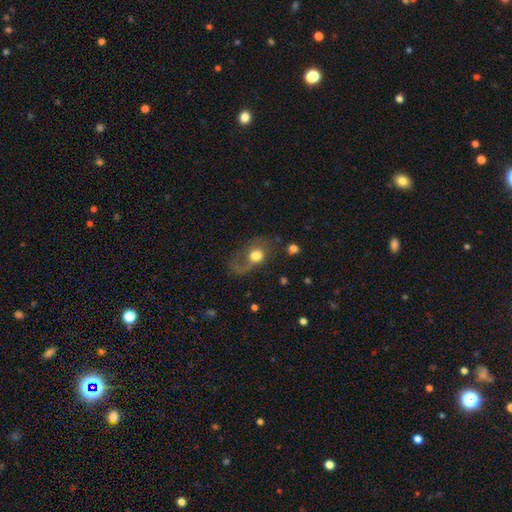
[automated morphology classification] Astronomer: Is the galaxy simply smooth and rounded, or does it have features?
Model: smooth — 55% (runner-up: featured or disk, 36%).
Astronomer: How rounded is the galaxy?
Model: round — 51% (runner-up: in between, 47%).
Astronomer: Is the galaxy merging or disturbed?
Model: major disturbance — 43% (runner-up: none, 32%).